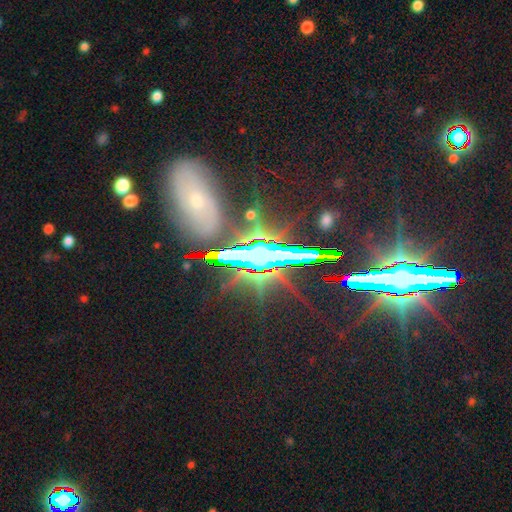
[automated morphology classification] Overall: star or artifact (66%).